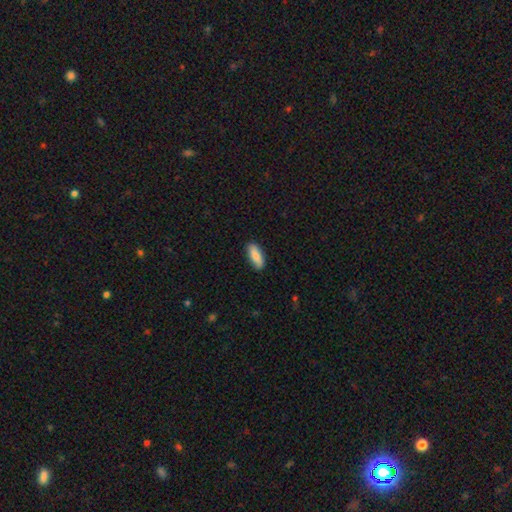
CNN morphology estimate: Smooth or featured: smooth — 83% (featured or disk — 11%)
How rounded: in between — 67% (cigar-shaped — 31%)
Merging: none — 87% (minor disturbance — 10%)